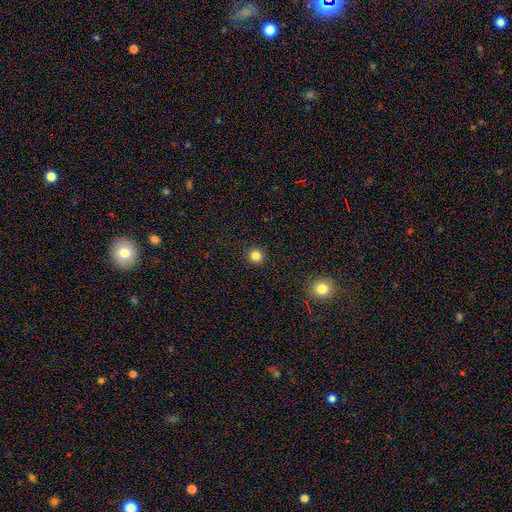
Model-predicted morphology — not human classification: Smooth or featured? smooth (83%)
How rounded? round (94%)
Merging? none (92%)